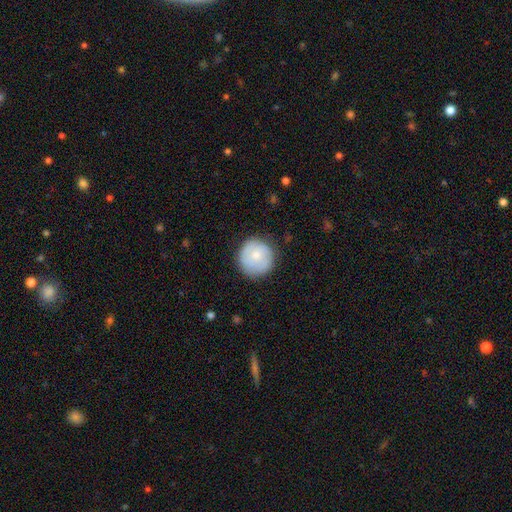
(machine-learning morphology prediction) smooth-or-featured: smooth: 63% | featured or disk: 31% | star or artifact: 6%
  how-rounded: round: 94% | in between: 5% | cigar-shaped: 1%
  merging: none: 83% | minor disturbance: 13% | major disturbance: 3% | merger: 1%